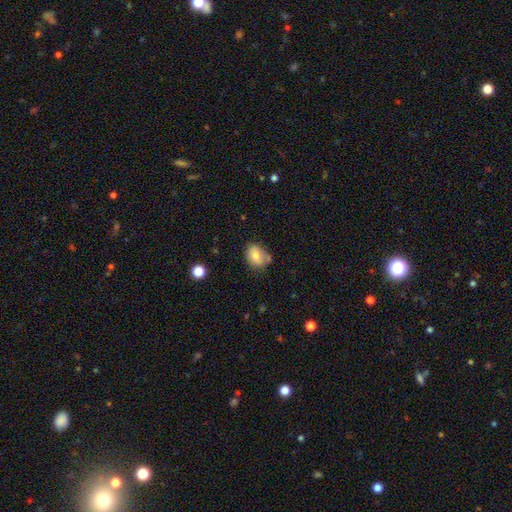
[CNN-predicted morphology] smooth 75%, featured or disk 16%, star or artifact 9%. Down the decision tree: how rounded — in between (59%); merging — none (58%).